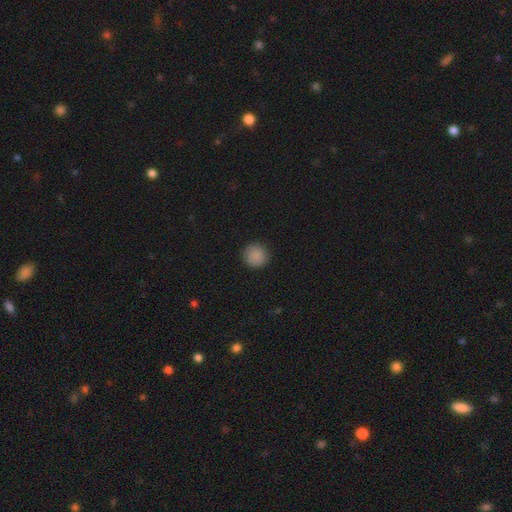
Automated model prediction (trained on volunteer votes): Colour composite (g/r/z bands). It shows a smooth galaxy with no disk features (88%) that is round (95%). Merging: none (92%).